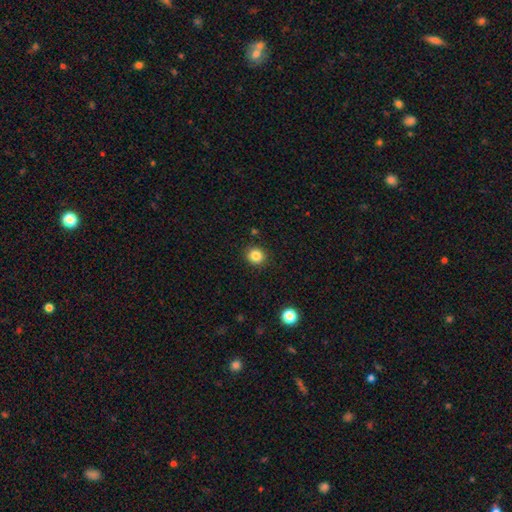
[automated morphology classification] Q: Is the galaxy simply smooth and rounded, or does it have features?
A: smooth — 84%.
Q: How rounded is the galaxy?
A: round — 89%.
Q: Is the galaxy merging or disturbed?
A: none — 91%.